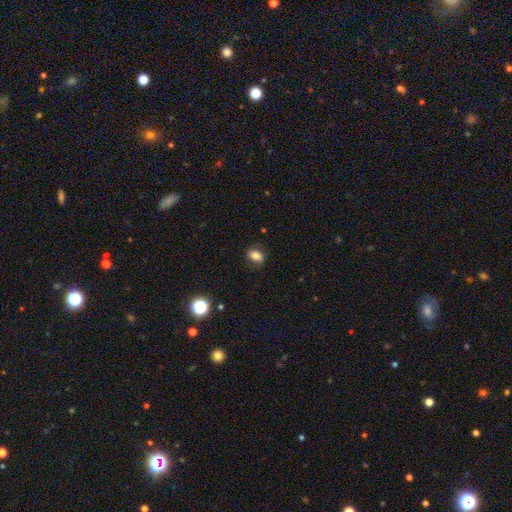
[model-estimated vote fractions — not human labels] Smooth or featured: smooth — 75% (featured or disk — 14%)
How rounded: in between — 74% (round — 24%)
Merging: none — 78% (minor disturbance — 16%)